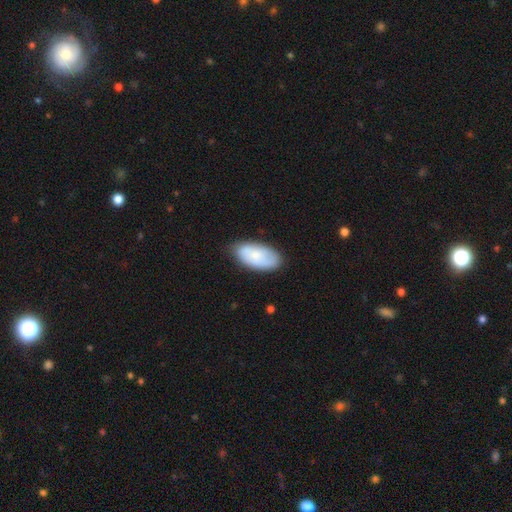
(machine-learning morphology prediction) type=smooth (73%); roundness=in between (94%); merging=none (78%).